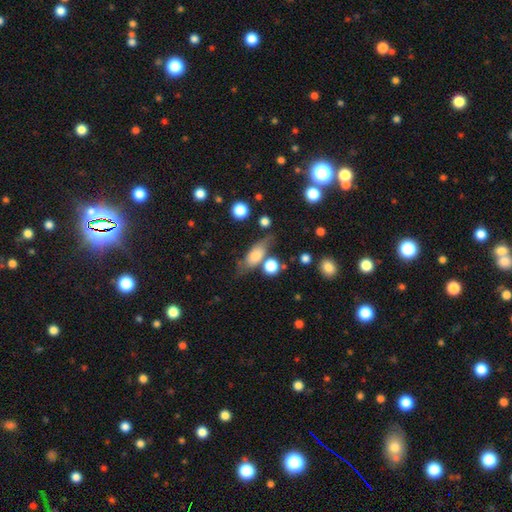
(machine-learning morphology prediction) A smooth galaxy with no disk features (65%) that is in between round and cigar-shaped (66%).

Vote fractions:
- Smooth or featured? smooth: 65% / featured or disk: 26% / star or artifact: 9%
- How rounded? in between: 66% / cigar-shaped: 24% / round: 10%
- Merging? none: 57% / minor disturbance: 22% / merger: 12% / major disturbance: 9%